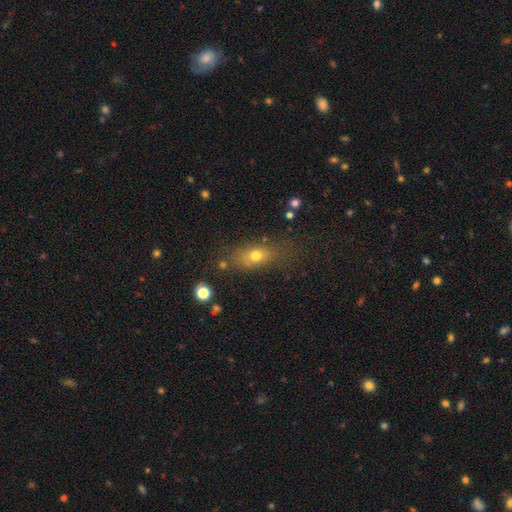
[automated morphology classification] Smooth or featured?
  - smooth: 69% *
  - featured or disk: 16%
  - star or artifact: 14%
How rounded?
  - in between: 67% *
  - round: 22%
  - cigar-shaped: 11%
Merging?
  - none: 62% *
  - minor disturbance: 20%
  - major disturbance: 12%
  - merger: 6%